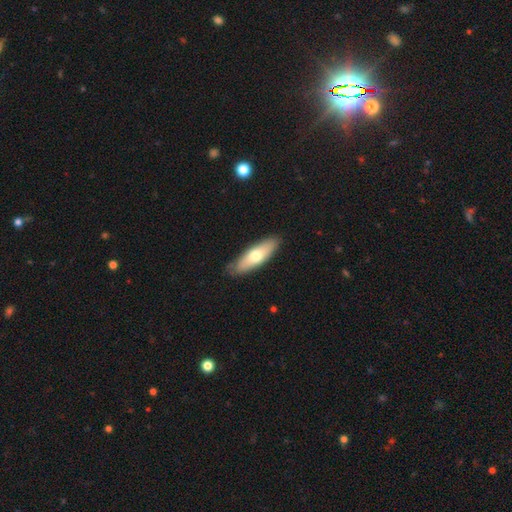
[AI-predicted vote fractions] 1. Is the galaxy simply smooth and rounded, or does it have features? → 64% smooth, 31% featured or disk, 5% star or artifact.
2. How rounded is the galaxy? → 50% in between, 48% cigar-shaped, 2% round.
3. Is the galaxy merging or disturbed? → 85% none, 12% minor disturbance, 2% major disturbance, 1% merger.